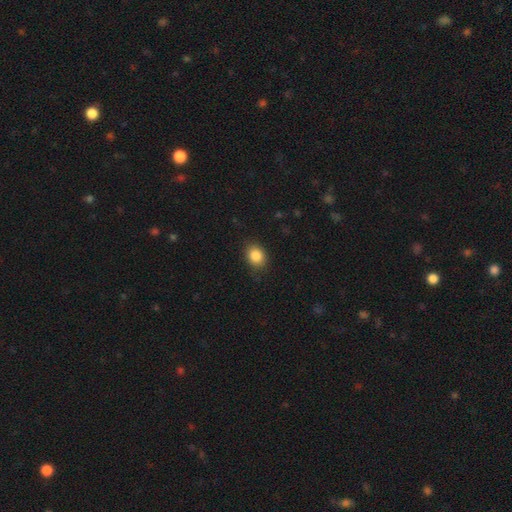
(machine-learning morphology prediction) Smooth or featured: smooth — 86% (star or artifact — 9%)
How rounded: round — 50% (in between — 49%)
Merging: none — 84% (minor disturbance — 12%)